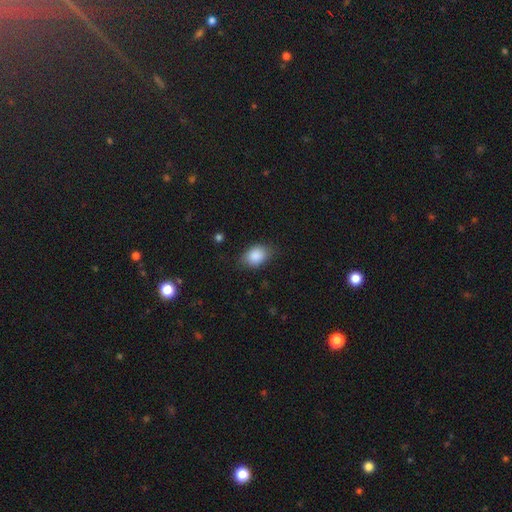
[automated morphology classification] Smooth or featured: smooth — 87% (star or artifact — 8%)
How rounded: in between — 76% (round — 23%)
Merging: none — 73% (minor disturbance — 21%)